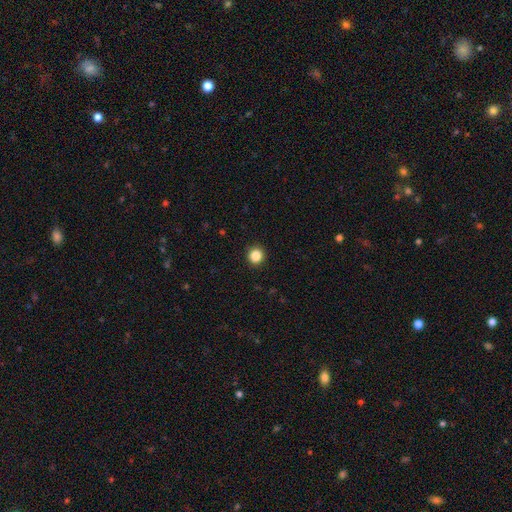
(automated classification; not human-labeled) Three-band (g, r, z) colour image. It shows a smooth galaxy with no disk features (86%) that is round (91%). Merging: none (92%).